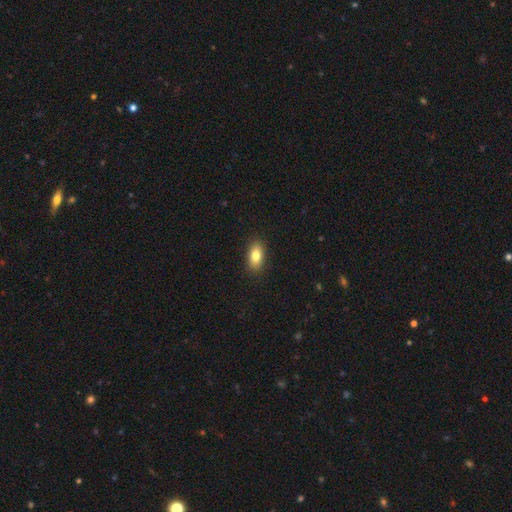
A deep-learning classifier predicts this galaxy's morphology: A smooth galaxy with no disk features (81%) that is in between round and cigar-shaped (88%).

Vote fractions:
- Smooth or featured? smooth: 81% / featured or disk: 11% / star or artifact: 8%
- How rounded? in between: 88% / round: 7% / cigar-shaped: 6%
- Merging? none: 89% / minor disturbance: 8% / major disturbance: 2% / merger: 1%